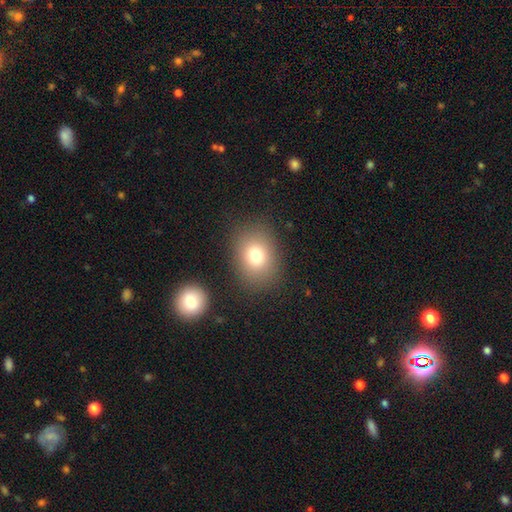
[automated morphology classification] This is likely a smooth galaxy (76%). How rounded: possibly in between (54%). Merging: clearly none (83%).